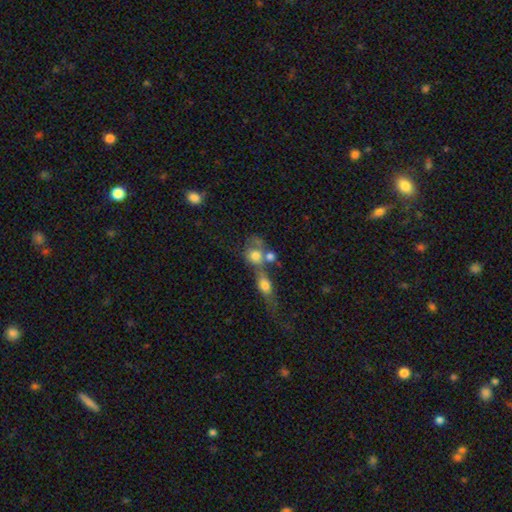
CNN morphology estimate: A smooth galaxy with no disk features (69%) that is round (66%).

Vote fractions:
- Smooth or featured? smooth: 69% / featured or disk: 20% / star or artifact: 11%
- How rounded? round: 66% / in between: 31% / cigar-shaped: 3%
- Merging? merger: 59% / none: 24% / minor disturbance: 9% / major disturbance: 8%